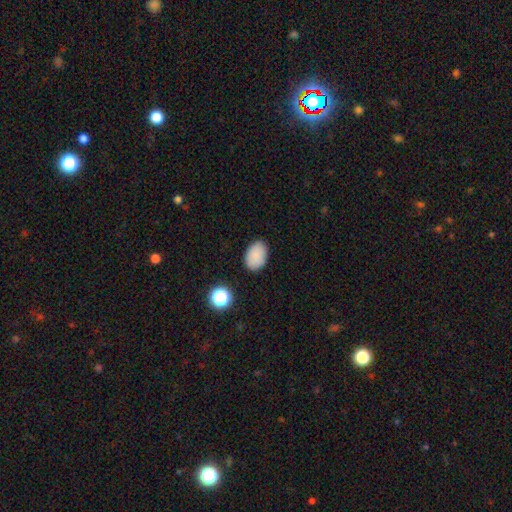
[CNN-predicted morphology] smooth 86%, star or artifact 9%, featured or disk 4%. Down the decision tree: how rounded — in between (82%); merging — none (84%).